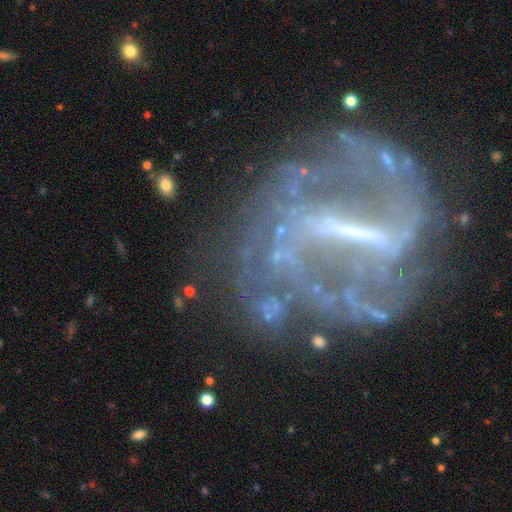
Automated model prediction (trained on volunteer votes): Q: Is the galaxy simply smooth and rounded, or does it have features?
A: featured or disk — 83%.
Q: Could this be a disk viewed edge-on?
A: no — 95%.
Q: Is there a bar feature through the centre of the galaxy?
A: strong — 70%.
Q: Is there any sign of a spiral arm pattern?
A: yes — 72%.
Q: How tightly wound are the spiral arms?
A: loose — 35%, tied with medium.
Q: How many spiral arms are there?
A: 2 — 43%.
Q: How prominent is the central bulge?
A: none — 41%.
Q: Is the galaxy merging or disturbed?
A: none — 59%.